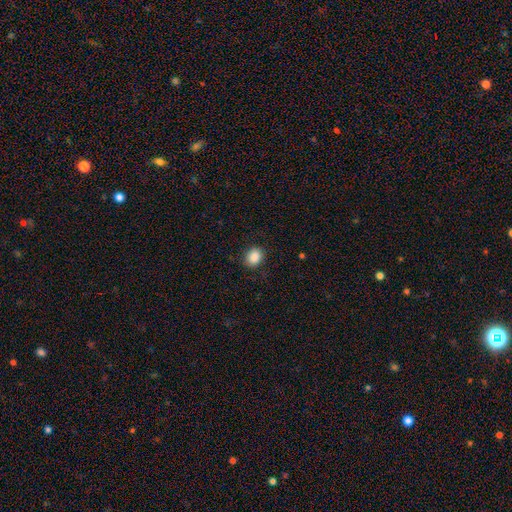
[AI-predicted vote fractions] smooth_or_featured: smooth (p=0.88) [alt: star or artifact p=0.09]
how_rounded: round (p=0.52) [alt: in between p=0.47]
merging: none (p=0.86) [alt: minor disturbance p=0.10]